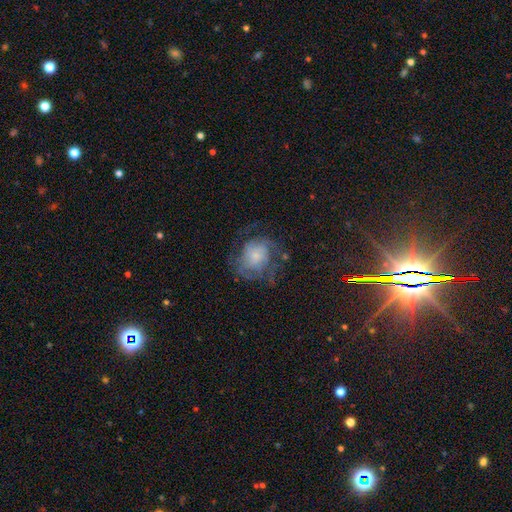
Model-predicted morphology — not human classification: smooth-or-featured: featured or disk: 55% | smooth: 35% | star or artifact: 10%
  disk-edge-on: no: 97% | yes: 3%
    bar: no: 78% | weak: 19% | strong: 3%
    has-spiral-arms: yes: 70% | no: 30%
    bulge-size: small: 47% | moderate: 29% | large: 11% | none: 11% | dominant: 3%
  merging: none: 48% | major disturbance: 29% | minor disturbance: 22% | merger: 2%